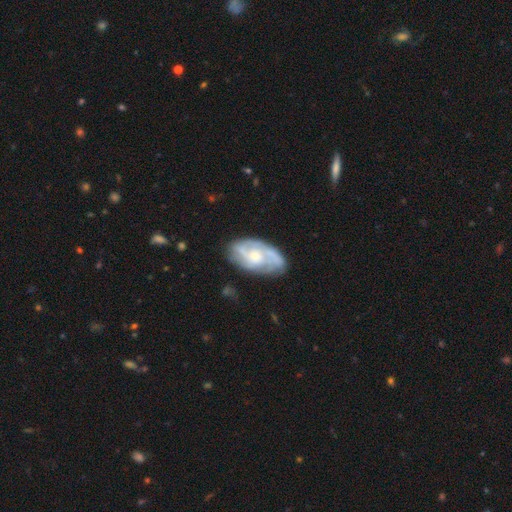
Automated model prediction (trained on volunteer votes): Q: Smooth or featured?
A: featured or disk (79%); runner-up: smooth (16%)
Q: Edge-on disk?
A: no (96%); runner-up: yes (4%)
Q: Bar?
A: no (68%); runner-up: weak (27%)
Q: Spiral arms?
A: yes (93%); runner-up: no (7%)
Q: Spiral winding?
A: tight (45%); runner-up: medium (41%)
Q: Spiral arm count?
A: 2 (37%); runner-up: 3 (27%)
Q: Bulge size?
A: moderate (47%); runner-up: small (45%)
Q: Merging?
A: none (71%); runner-up: minor disturbance (21%)